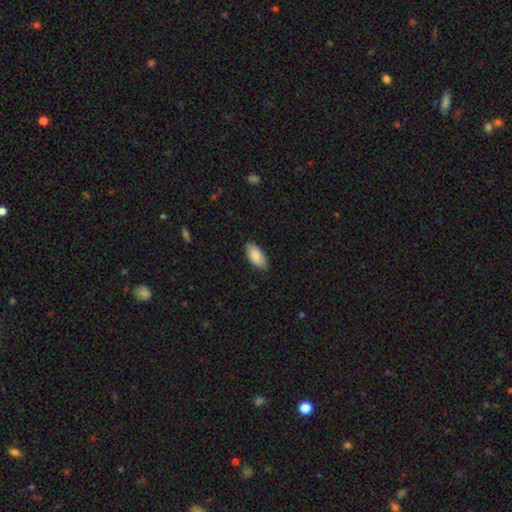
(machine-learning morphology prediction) smooth_or_featured: smooth (p=0.87) [alt: featured or disk p=0.07]
how_rounded: in between (p=0.92) [alt: cigar-shaped p=0.06]
merging: none (p=0.87) [alt: minor disturbance p=0.11]